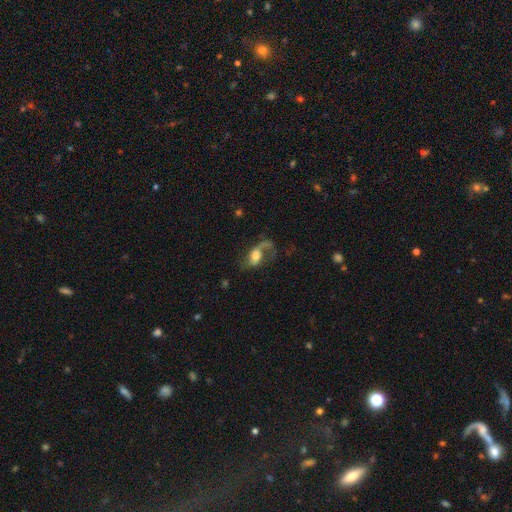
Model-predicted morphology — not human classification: Smooth or featured? Predicted: featured or disk (p=0.62). Edge-on disk? Predicted: no (p=0.93). Bar? Predicted: no (p=0.57). Spiral arms? Predicted: yes (p=0.84). Bulge size? Predicted: moderate (p=0.46). Merging? Predicted: major disturbance (p=0.43).